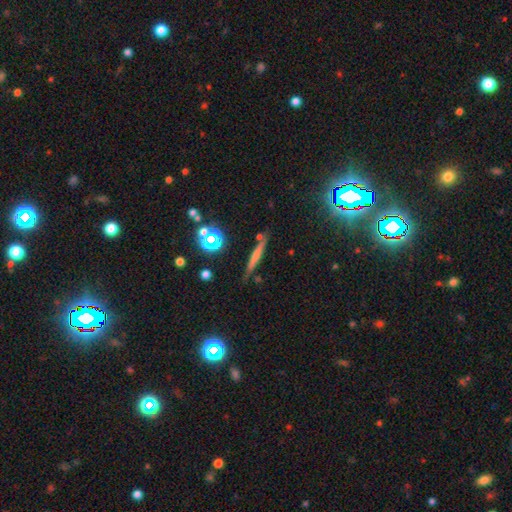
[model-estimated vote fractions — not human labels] Overall: smooth (51%; featured or disk 35%). How rounded: cigar-shaped (89%). Merging: none (79%).